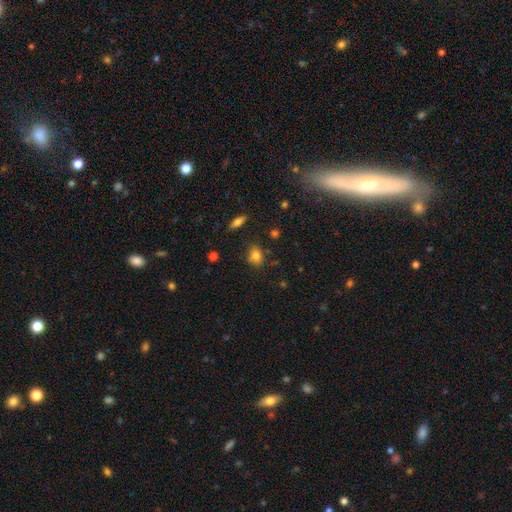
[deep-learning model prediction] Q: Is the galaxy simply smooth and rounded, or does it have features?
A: smooth — 80%.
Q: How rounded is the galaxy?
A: in between — 58%.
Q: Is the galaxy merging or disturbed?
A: none — 78%.